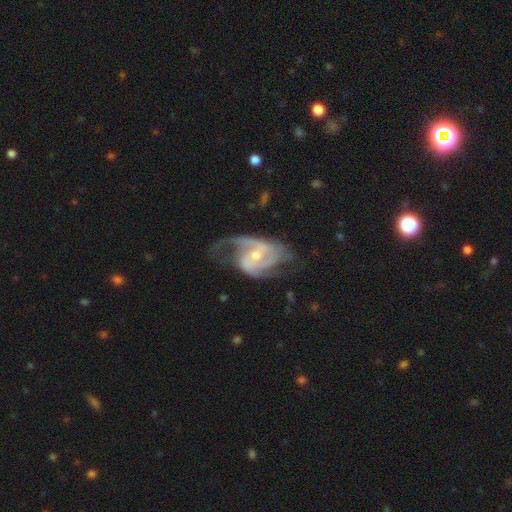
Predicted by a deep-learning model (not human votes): This is clearly a featured or disk galaxy (89%). It is clearly not viewed edge-on (97%). Bar: marginally no (44%). Spiral arm pattern: clearly yes (96%). Spiral arm count: likely 2 (64%). Spiral winding: possibly medium (49%). Central bulge: possibly moderate (51%). Merging: possibly none (51%).